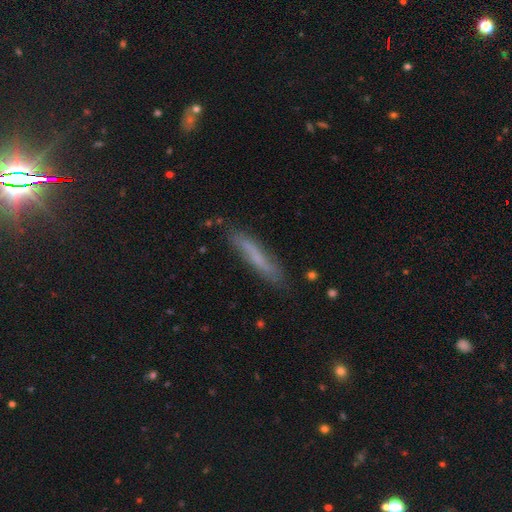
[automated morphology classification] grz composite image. It shows a smooth galaxy with no disk features (55%) that is cigar-shaped (91%). Merging: none (77%).